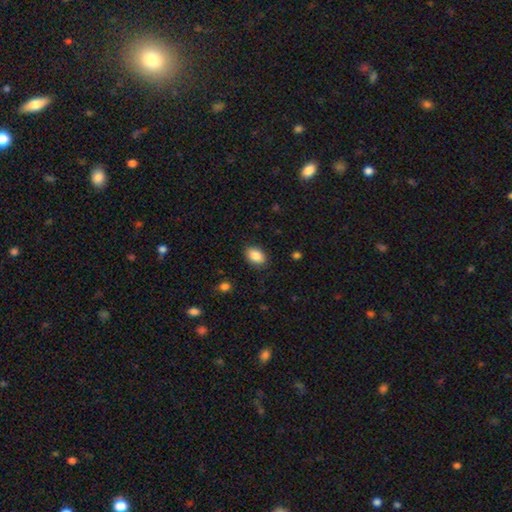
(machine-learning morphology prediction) Smooth or featured? Predicted: smooth (p=0.87). How rounded? Predicted: in between (p=0.83). Merging? Predicted: none (p=0.87).